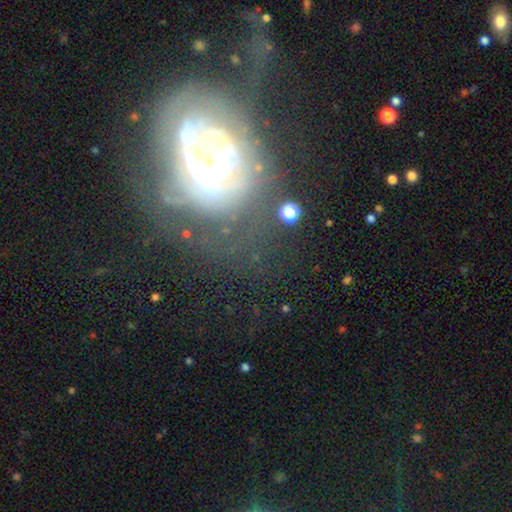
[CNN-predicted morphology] Smooth or featured? Predicted: featured or disk (p=0.69). Edge-on disk? Predicted: no (p=0.95). Bar? Predicted: no (p=0.75). Spiral arms? Predicted: yes (p=0.71). Bulge size? Predicted: small (p=0.54). Merging? Predicted: none (p=0.51).